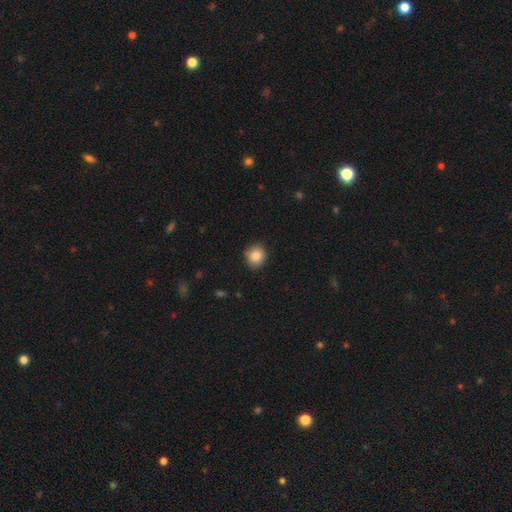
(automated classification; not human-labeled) Smooth or featured? Predicted: smooth (p=0.86). How rounded? Predicted: round (p=0.83). Merging? Predicted: none (p=0.87).